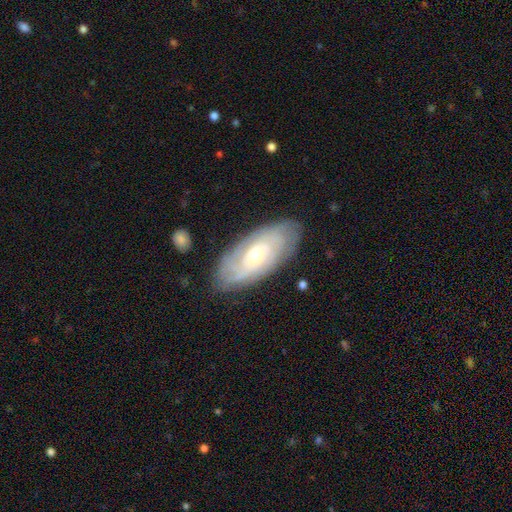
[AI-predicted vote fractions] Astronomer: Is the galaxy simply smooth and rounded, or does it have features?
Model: featured or disk — 74%.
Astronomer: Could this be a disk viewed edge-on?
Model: no — 90%.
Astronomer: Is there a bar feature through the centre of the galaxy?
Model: no — 70%.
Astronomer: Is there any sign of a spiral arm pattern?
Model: yes — 89%.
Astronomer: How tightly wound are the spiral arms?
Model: tight — 70%.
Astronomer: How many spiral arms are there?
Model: can't tell — 52%.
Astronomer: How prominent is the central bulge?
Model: moderate — 54% (runner-up: small, 42%).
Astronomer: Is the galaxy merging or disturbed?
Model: none — 81%.